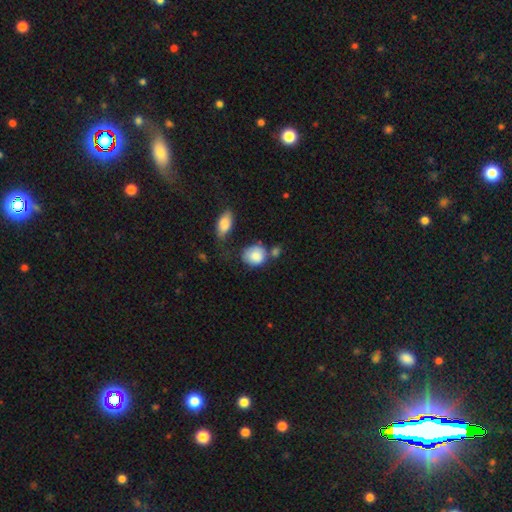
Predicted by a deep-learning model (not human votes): Smooth or featured? smooth (84%)
How rounded? round (67%)
Merging? none (49%)